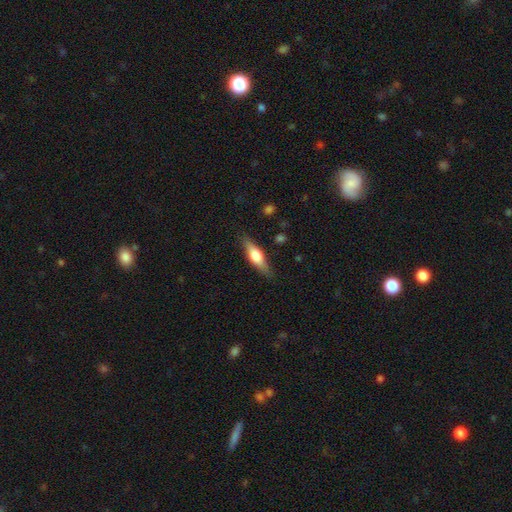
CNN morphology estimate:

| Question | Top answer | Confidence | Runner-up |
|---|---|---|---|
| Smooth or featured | smooth | 55% | featured or disk (39%) |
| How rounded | cigar-shaped | 57% | in between (41%) |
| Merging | none | 84% | minor disturbance (12%) |